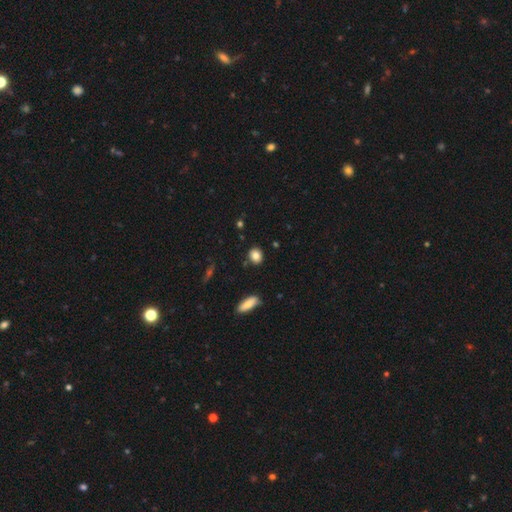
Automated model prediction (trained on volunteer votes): Overall: smooth (84%). How rounded: round (61%; in between 36%). Merging: none (85%).